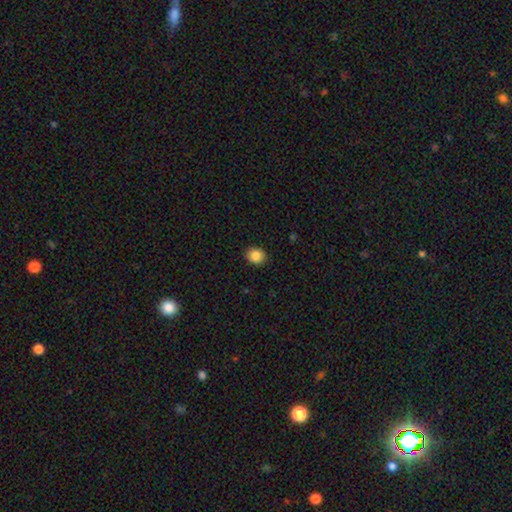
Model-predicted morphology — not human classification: The model was most divided on "how rounded": round: 60%, in between: 39%, cigar-shaped: 1%. More confident: merging — none (90%); smooth or featured — smooth (86%).